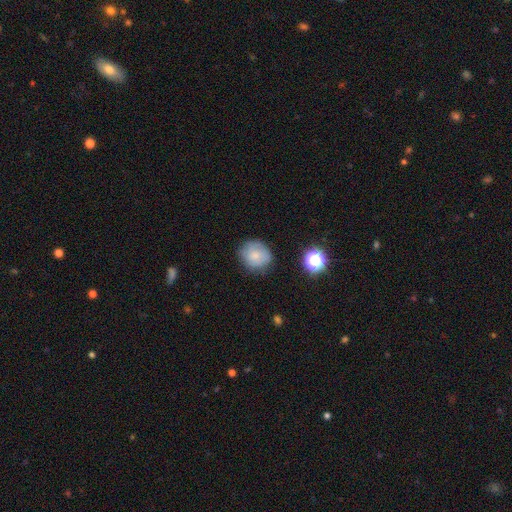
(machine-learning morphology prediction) A smooth galaxy with no disk features (72%) that is round (77%). Merging: none (73%).